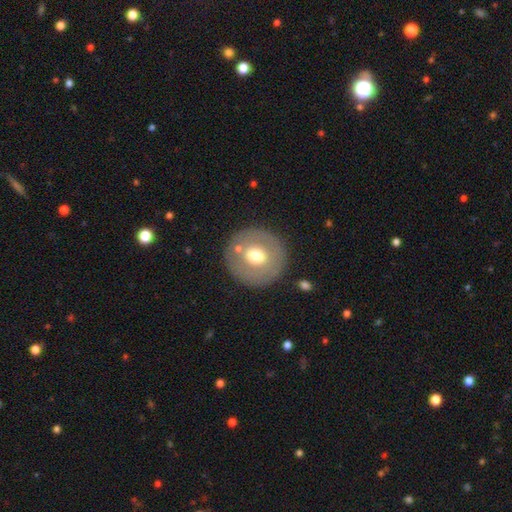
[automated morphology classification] Q: Smooth or featured?
A: smooth (56%); runner-up: featured or disk (37%)
Q: How rounded?
A: round (92%); runner-up: in between (7%)
Q: Merging?
A: none (84%); runner-up: minor disturbance (9%)